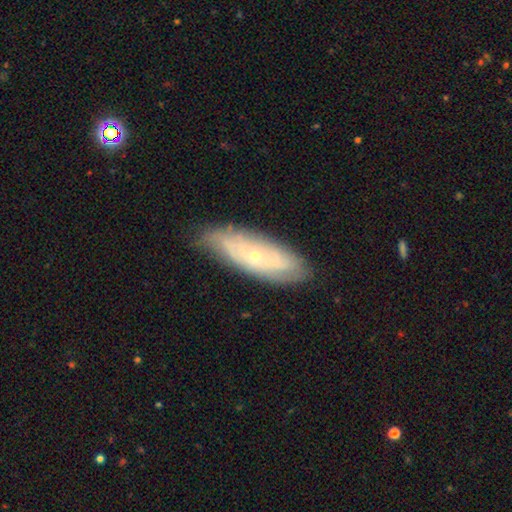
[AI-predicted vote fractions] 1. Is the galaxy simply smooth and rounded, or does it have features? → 60% featured or disk, 33% smooth, 7% star or artifact.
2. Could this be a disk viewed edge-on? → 80% no, 20% yes.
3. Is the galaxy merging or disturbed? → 76% none, 19% minor disturbance, 4% major disturbance, 1% merger.